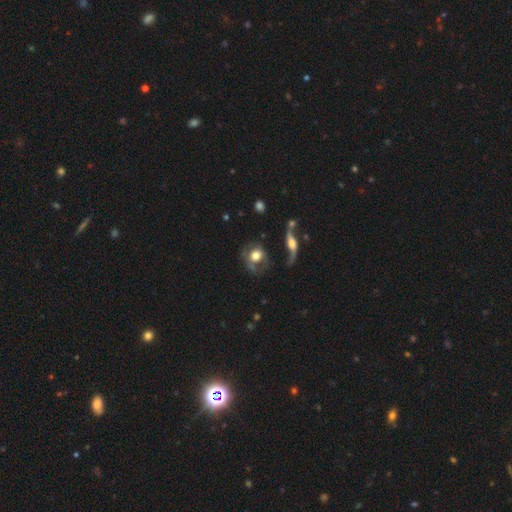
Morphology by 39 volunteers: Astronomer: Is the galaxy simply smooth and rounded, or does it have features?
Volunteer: smooth — 56% (runner-up: featured or disk, 41%).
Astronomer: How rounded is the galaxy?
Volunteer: round — 82%.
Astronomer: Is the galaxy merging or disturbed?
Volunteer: none — 42% (runner-up: minor disturbance, 32%).